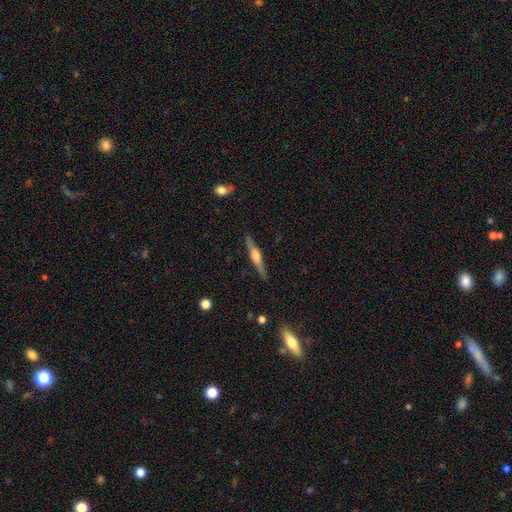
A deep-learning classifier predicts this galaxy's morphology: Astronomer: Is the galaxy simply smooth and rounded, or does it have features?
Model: featured or disk — 71%.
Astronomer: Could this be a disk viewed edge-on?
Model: yes — 98%.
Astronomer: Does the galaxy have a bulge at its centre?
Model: rounded — 87%.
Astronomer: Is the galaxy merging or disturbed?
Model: none — 89%.